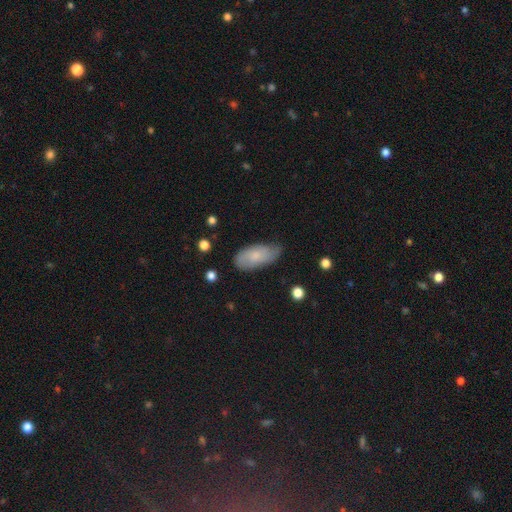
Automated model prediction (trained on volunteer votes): smooth 72%, featured or disk 21%, star or artifact 7%. Down the decision tree: how rounded — in between (89%); merging — none (67%).